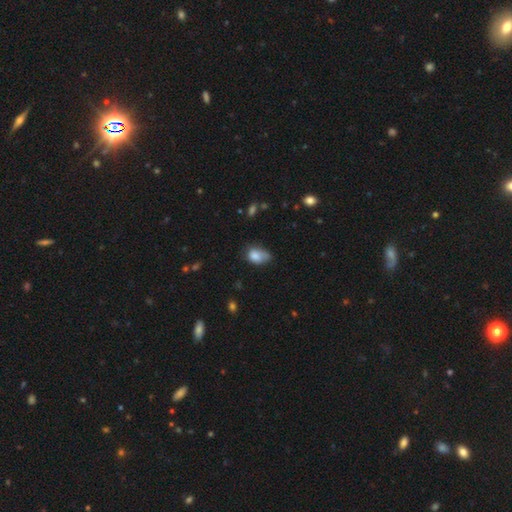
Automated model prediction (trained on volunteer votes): Smooth or featured? Predicted: smooth (p=0.80). How rounded? Predicted: in between (p=0.83). Merging? Predicted: minor disturbance (p=0.42).